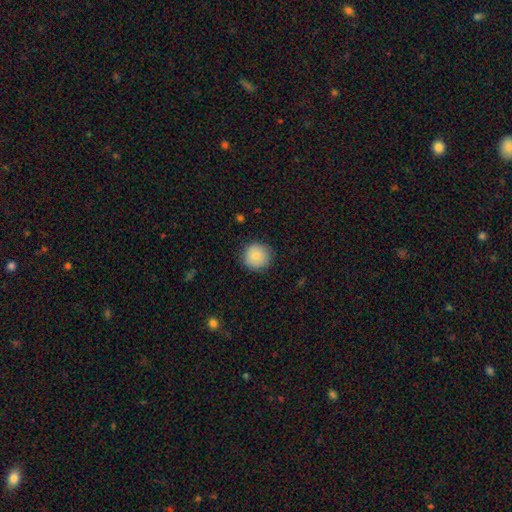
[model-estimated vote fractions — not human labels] This appears to be a smooth galaxy with no disk features (86%) that is round (94%). Merging: none (88%).